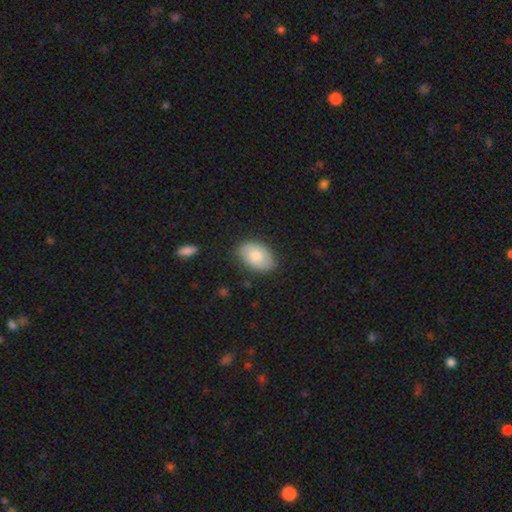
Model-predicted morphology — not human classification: The model was most divided on "smooth or featured": smooth: 79%, featured or disk: 15%, star or artifact: 6%. More confident: how rounded — in between (90%); merging — none (82%).